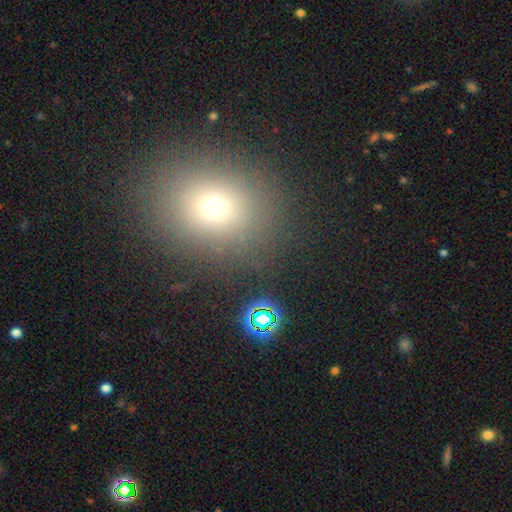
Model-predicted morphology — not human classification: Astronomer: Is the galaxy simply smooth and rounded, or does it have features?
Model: smooth — 65%.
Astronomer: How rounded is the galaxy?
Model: round — 64%.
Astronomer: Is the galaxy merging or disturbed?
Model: none — 86%.